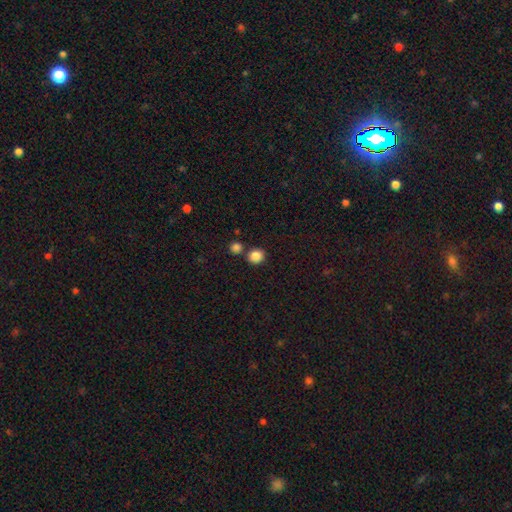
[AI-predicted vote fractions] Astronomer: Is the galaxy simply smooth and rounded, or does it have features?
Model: smooth — 86%.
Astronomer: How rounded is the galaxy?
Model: round — 84%.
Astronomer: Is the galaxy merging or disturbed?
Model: none — 73%.